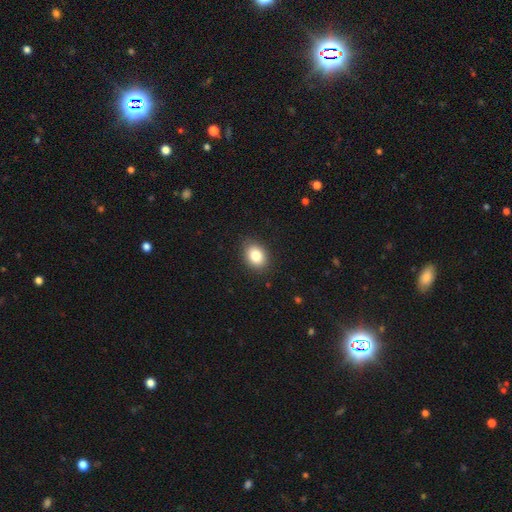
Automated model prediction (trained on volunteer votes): A smooth galaxy with no disk features (83%) that is in between round and cigar-shaped (66%).

Vote fractions:
- Smooth or featured? smooth: 83% / star or artifact: 9% / featured or disk: 8%
- How rounded? in between: 66% / round: 33% / cigar-shaped: 1%
- Merging? none: 88% / minor disturbance: 9% / major disturbance: 2% / merger: 1%